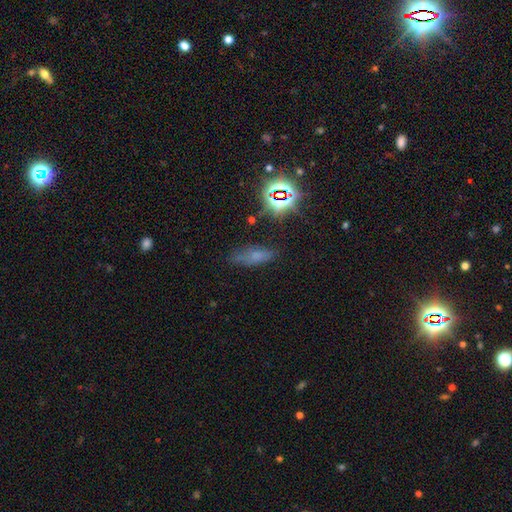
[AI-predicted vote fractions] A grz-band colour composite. It shows a smooth galaxy with no disk features (55%) that is in between round and cigar-shaped (63%). Merging: none (68%).